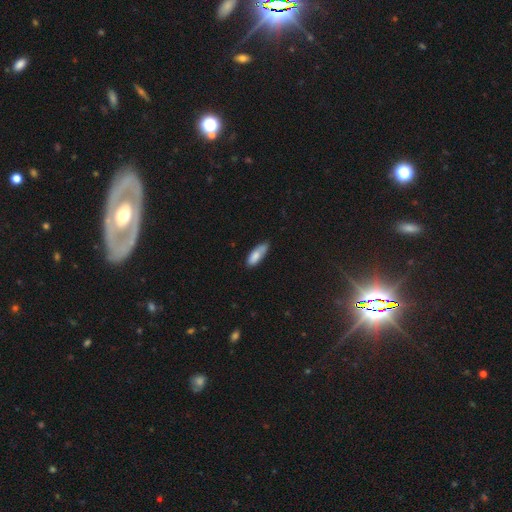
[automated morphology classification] Smooth or featured?
  - smooth: 81% *
  - featured or disk: 13%
  - star or artifact: 6%
How rounded?
  - in between: 65% *
  - cigar-shaped: 33%
  - round: 2%
Merging?
  - none: 60% *
  - minor disturbance: 33%
  - major disturbance: 5%
  - merger: 2%